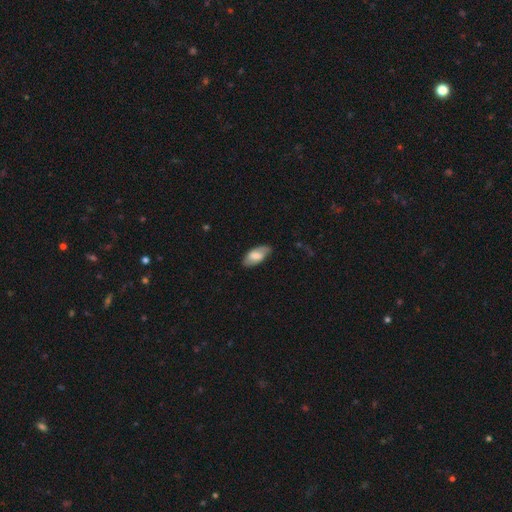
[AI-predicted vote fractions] The model was most divided on "smooth or featured": smooth: 59%, featured or disk: 35%, star or artifact: 6%. More confident: how rounded — in between (91%); merging — none (78%).